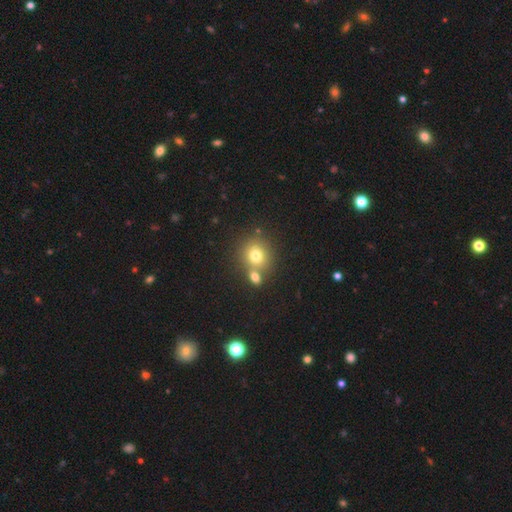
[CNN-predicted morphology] smooth 75%, star or artifact 13%, featured or disk 12%. Down the decision tree: how rounded — round (83%); merging — none (57%).